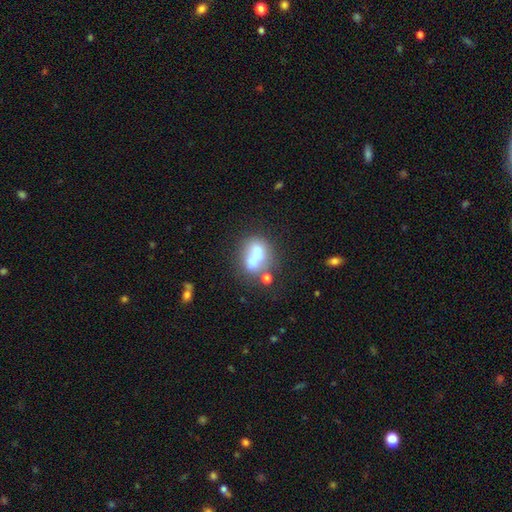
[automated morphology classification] smooth-or-featured: smooth: 60% | featured or disk: 29% | star or artifact: 12%
  how-rounded: in between: 64% | round: 32% | cigar-shaped: 4%
  merging: merger: 39% | none: 30% | minor disturbance: 16% | major disturbance: 14%